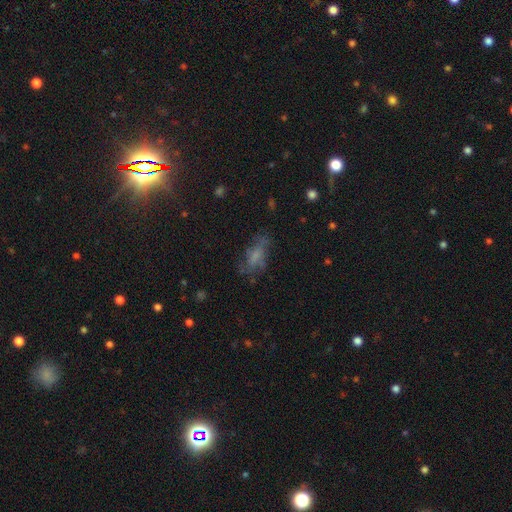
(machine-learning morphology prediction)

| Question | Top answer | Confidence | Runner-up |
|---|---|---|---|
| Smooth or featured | smooth | 52% | featured or disk (34%) |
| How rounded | in between | 75% | cigar-shaped (19%) |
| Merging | none | 52% | minor disturbance (25%) |